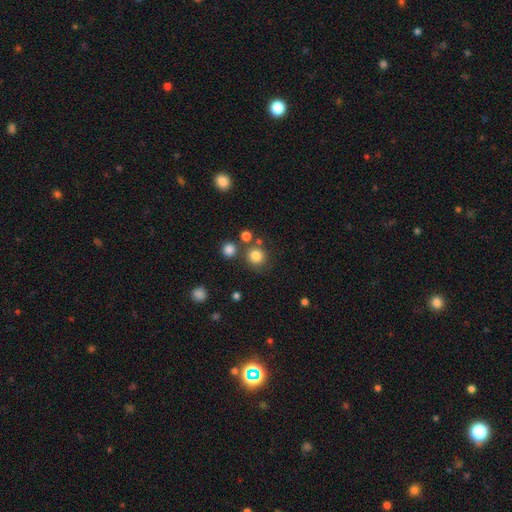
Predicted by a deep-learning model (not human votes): Q: Smooth or featured?
A: smooth (81%); runner-up: star or artifact (13%)
Q: How rounded?
A: round (90%); runner-up: in between (9%)
Q: Merging?
A: none (74%); runner-up: merger (12%)